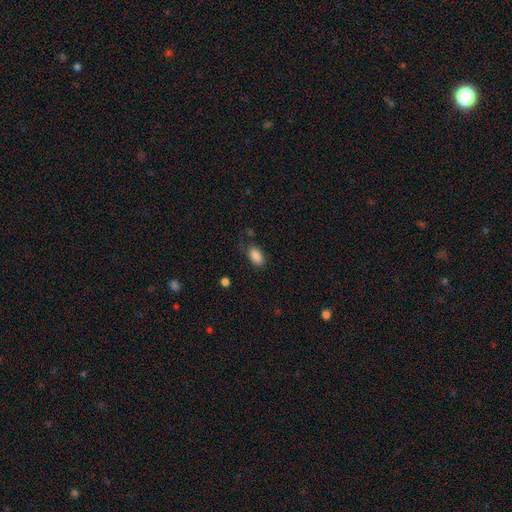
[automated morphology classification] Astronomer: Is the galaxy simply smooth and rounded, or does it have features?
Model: smooth — 88%.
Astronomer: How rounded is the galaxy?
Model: in between — 92%.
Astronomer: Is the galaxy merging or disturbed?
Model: none — 71%.